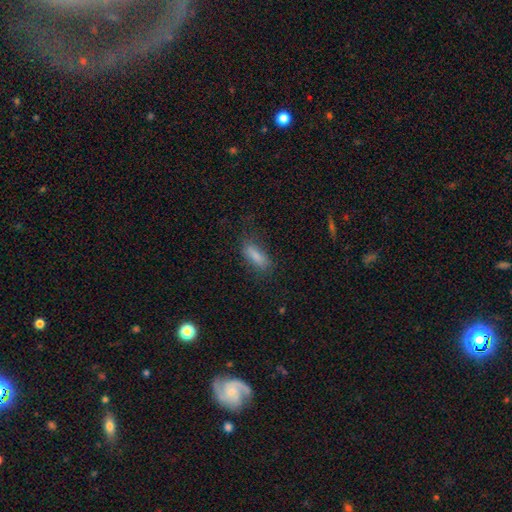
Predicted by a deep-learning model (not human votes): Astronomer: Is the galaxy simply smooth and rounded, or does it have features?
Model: smooth — 80%.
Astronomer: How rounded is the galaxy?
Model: in between — 62%.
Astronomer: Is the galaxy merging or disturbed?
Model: none — 70%.